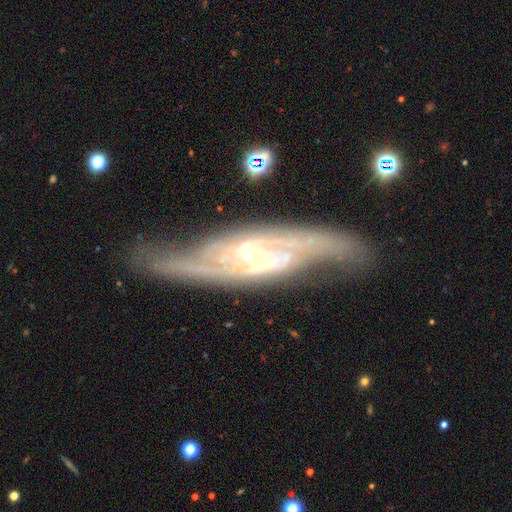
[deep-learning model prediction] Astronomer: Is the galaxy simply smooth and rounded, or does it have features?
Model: featured or disk — 88%.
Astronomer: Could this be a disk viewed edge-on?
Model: no — 80%.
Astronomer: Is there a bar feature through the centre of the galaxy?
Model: weak — 40% (runner-up: no, 36%).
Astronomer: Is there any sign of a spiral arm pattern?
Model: yes — 96%.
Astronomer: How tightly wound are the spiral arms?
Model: medium — 48% (runner-up: tight, 31%).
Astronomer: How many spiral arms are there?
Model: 2 — 77%.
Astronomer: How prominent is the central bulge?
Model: small — 67%.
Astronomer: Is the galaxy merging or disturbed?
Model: none — 73%.